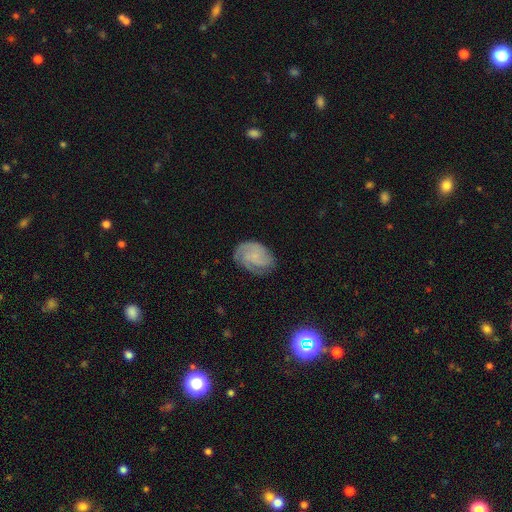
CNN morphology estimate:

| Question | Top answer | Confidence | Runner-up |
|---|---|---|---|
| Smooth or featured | featured or disk | 69% | smooth (23%) |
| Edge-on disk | no | 98% | yes (2%) |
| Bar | no | 73% | weak (23%) |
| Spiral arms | yes | 94% | no (6%) |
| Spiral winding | tight | 50% | medium (38%) |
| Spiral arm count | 3 | 38% | can't tell (23%) |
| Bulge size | small | 63% | none (25%) |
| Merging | none | 69% | minor disturbance (21%) |